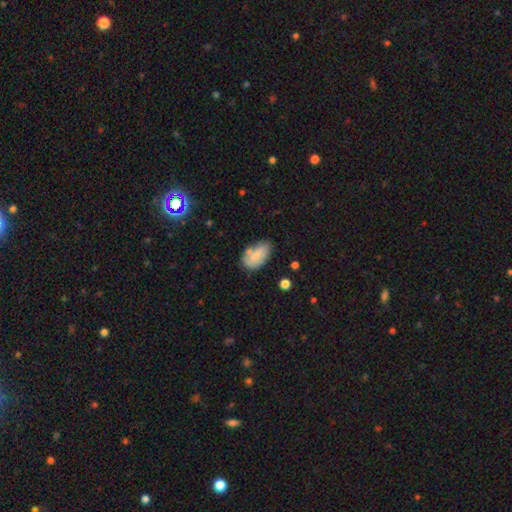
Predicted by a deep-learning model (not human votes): This appears to be a smooth galaxy with no disk features (73%) that is in between round and cigar-shaped (92%). Merging: none (59%).